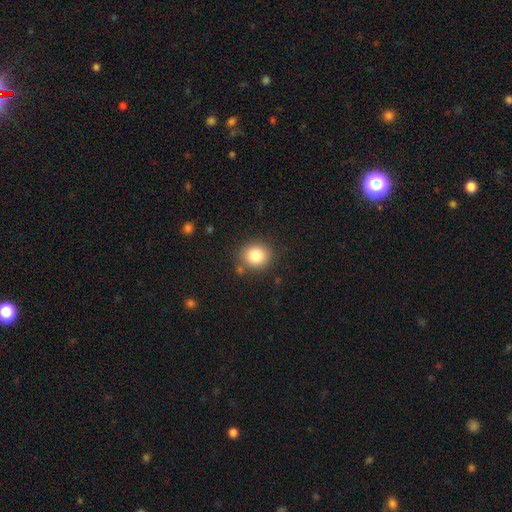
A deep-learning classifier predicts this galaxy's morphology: Smooth or featured: smooth — 84% (star or artifact — 10%)
How rounded: round — 76% (in between — 23%)
Merging: none — 83% (minor disturbance — 10%)